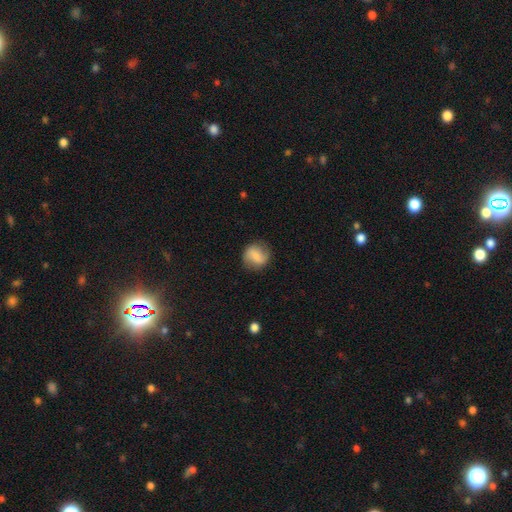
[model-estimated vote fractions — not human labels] A smooth galaxy with no disk features (54%) that is round (78%). Merging: none (79%).